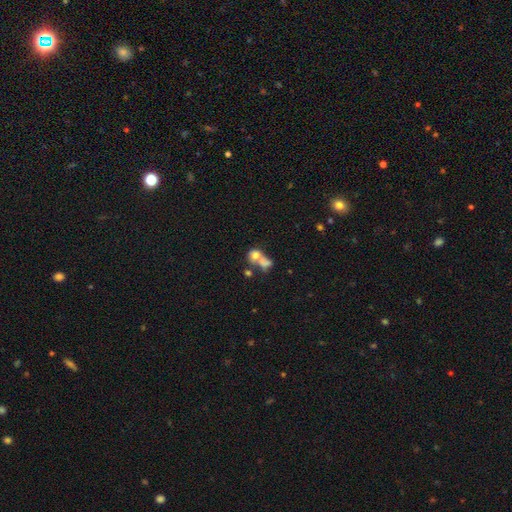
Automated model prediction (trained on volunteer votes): This appears to be a smooth galaxy with no disk features (69%) that is round (56%). Merging: merger (63%).